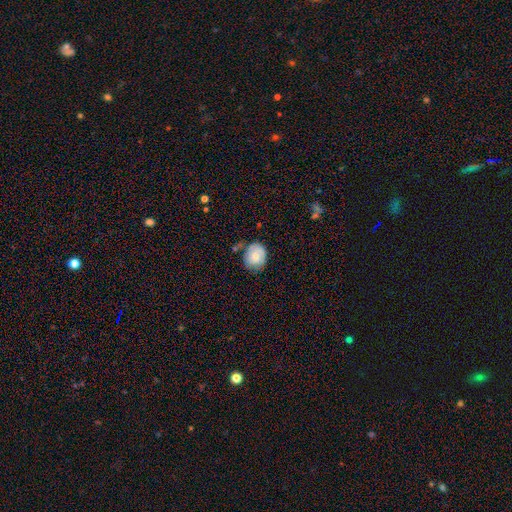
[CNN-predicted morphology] Smooth or featured? Predicted: smooth (p=0.68). How rounded? Predicted: round (p=0.65). Merging? Predicted: none (p=0.58).